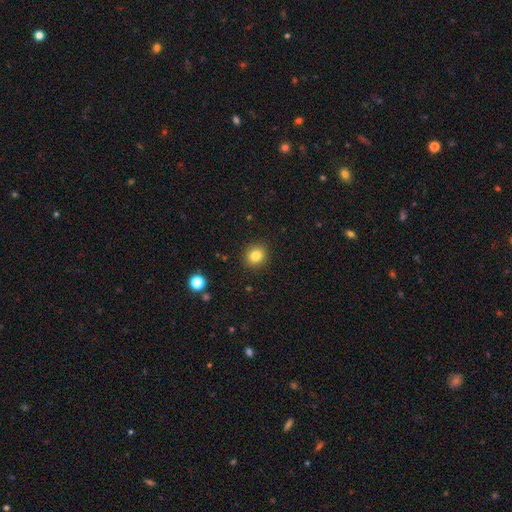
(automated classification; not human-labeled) Smooth or featured? Predicted: smooth (p=0.82). How rounded? Predicted: round (p=0.83). Merging? Predicted: none (p=0.91).